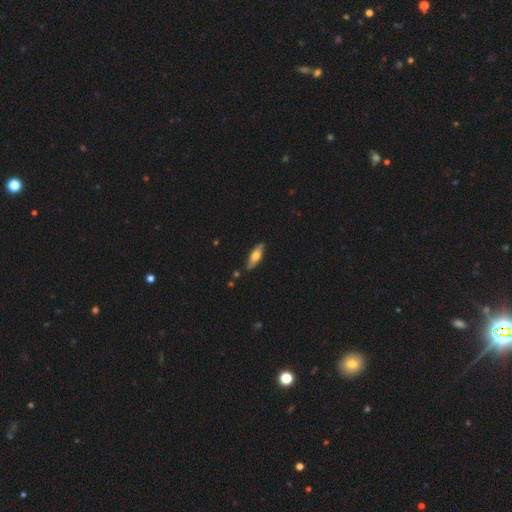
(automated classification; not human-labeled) Q: Smooth or featured?
A: smooth (55%); runner-up: featured or disk (39%)
Q: How rounded?
A: in between (53%); runner-up: cigar-shaped (44%)
Q: Merging?
A: none (82%); runner-up: minor disturbance (14%)